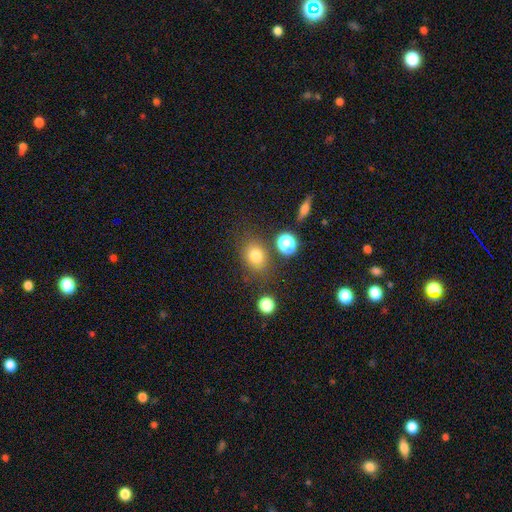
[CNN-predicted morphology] smooth-or-featured: smooth: 77% | star or artifact: 14% | featured or disk: 9%
  how-rounded: in between: 51% | round: 48% | cigar-shaped: 1%
  merging: none: 73% | minor disturbance: 14% | merger: 6% | major disturbance: 6%